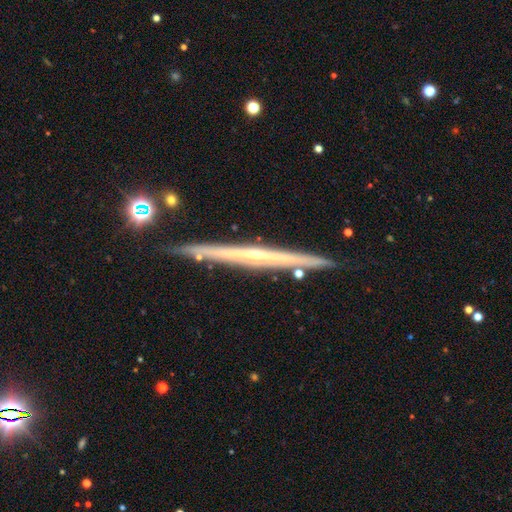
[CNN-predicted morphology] A featured or disk galaxy (81%) viewed edge-on (97%) with no central bulge (51%).

Vote fractions:
- Smooth or featured? featured or disk: 81% / smooth: 13% / star or artifact: 6%
- Edge-on disk? yes: 97% / no: 3%
- Edge-on bulge? none: 51% / rounded: 45% / boxy: 4%
- Merging? none: 86% / minor disturbance: 10% / merger: 3% / major disturbance: 2%